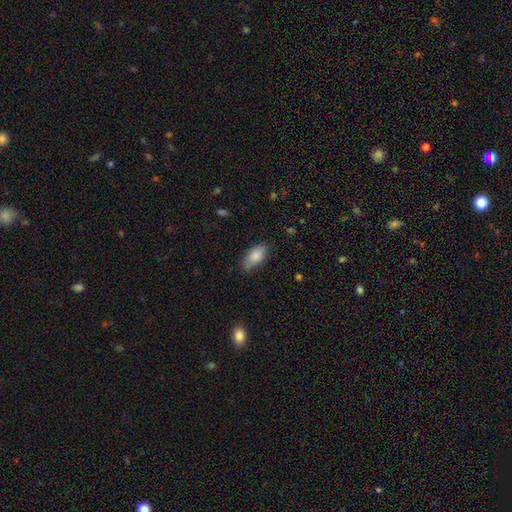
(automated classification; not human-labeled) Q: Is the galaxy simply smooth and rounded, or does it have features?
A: smooth — 85%.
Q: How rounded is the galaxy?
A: in between — 92%.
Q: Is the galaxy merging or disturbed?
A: none — 73%.